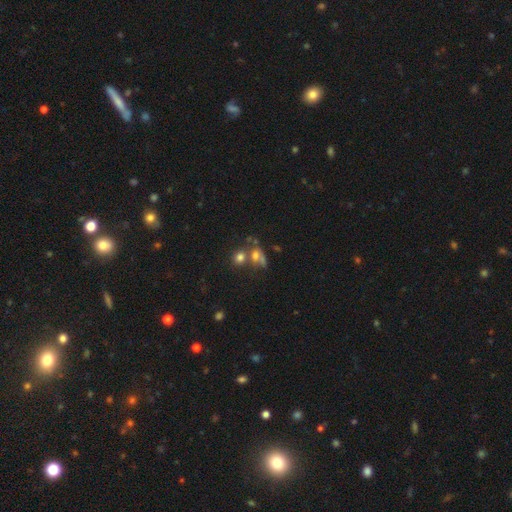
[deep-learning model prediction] A smooth galaxy with no disk features (58%) that is in between round and cigar-shaped (50%). Merging: merger (44%).